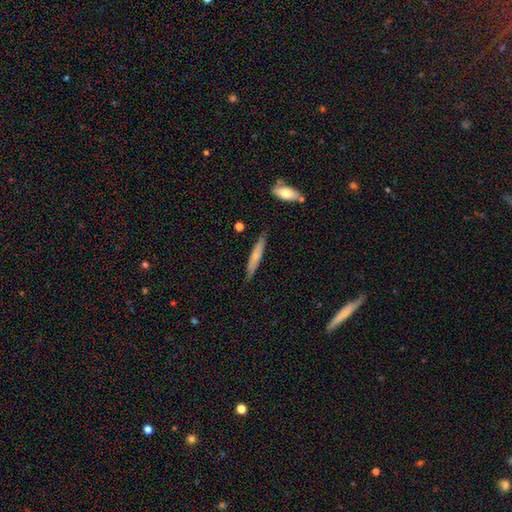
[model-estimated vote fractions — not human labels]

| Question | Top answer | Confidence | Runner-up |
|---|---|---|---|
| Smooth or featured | smooth | 59% | featured or disk (35%) |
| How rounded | cigar-shaped | 89% | in between (9%) |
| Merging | none | 81% | minor disturbance (14%) |